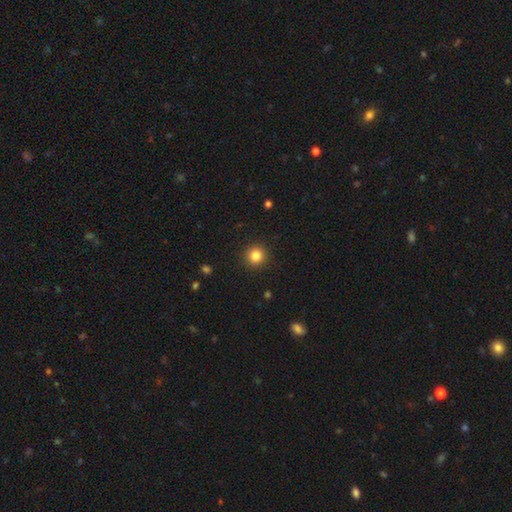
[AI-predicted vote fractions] A smooth galaxy with no disk features (84%) that is round (93%). Merging: none (91%).